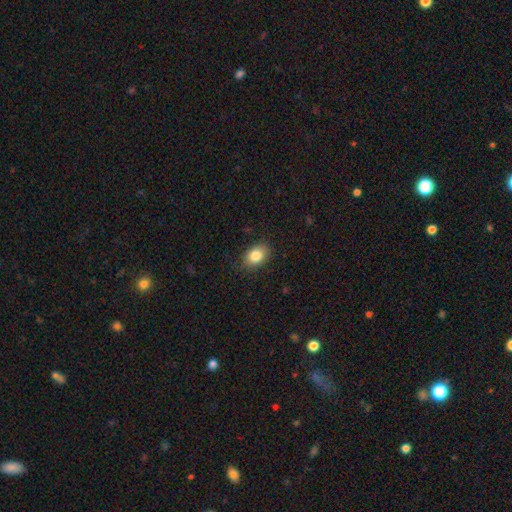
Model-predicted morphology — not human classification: The model was most divided on "how rounded": in between: 76%, round: 23%, cigar-shaped: 1%. More confident: smooth or featured — smooth (84%); merging — none (83%).